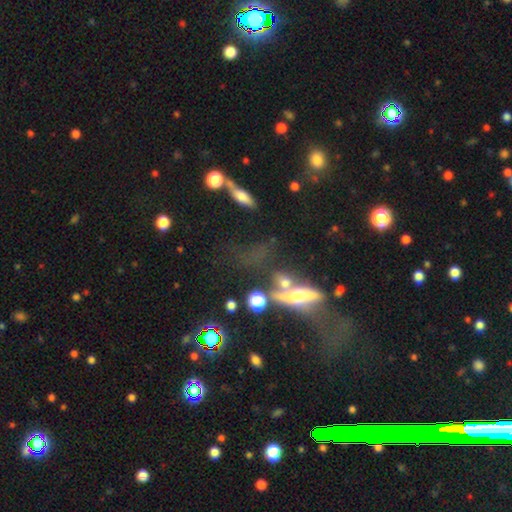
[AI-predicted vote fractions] A featured or disk galaxy (42%).

Vote fractions:
- Smooth or featured? featured or disk: 42% / smooth: 35% / star or artifact: 23%
- Merging? merger: 36% / none: 28% / major disturbance: 23% / minor disturbance: 14%